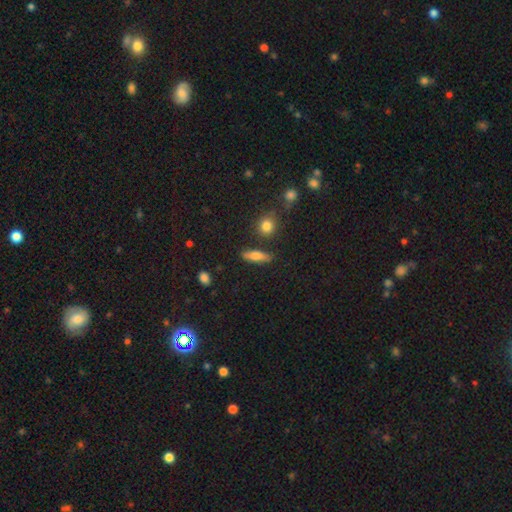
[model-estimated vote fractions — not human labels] A smooth galaxy with no disk features (73%) that is cigar-shaped (53%).

Vote fractions:
- Smooth or featured? smooth: 73% / featured or disk: 19% / star or artifact: 8%
- How rounded? cigar-shaped: 53% / in between: 42% / round: 5%
- Merging? none: 83% / minor disturbance: 11% / merger: 4% / major disturbance: 3%